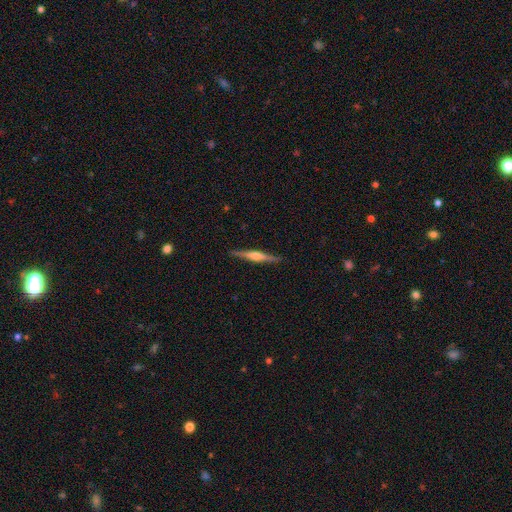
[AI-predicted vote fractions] A featured or disk galaxy (70%) viewed edge-on (98%) with a rounded central bulge (79%). Merging: none (90%).